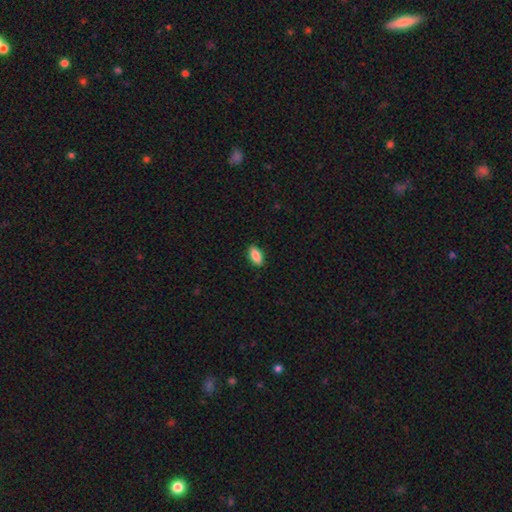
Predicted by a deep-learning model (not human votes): smooth 86%, featured or disk 8%, star or artifact 7%. Down the decision tree: how rounded — in between (86%); merging — none (88%).